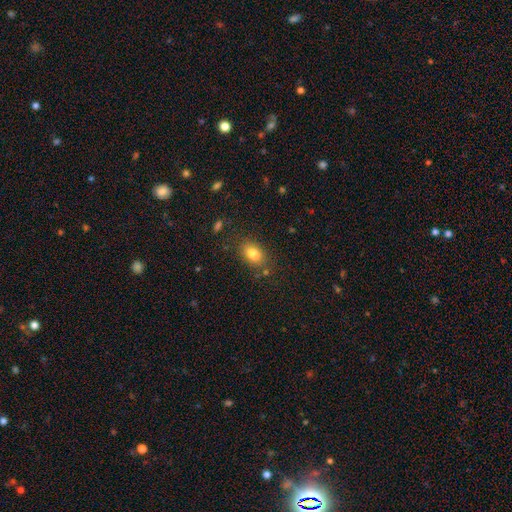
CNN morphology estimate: A smooth galaxy with no disk features (82%) that is in between round and cigar-shaped (84%). Merging: none (79%).